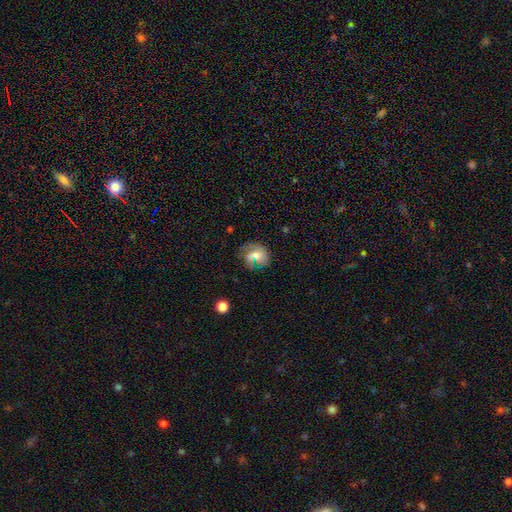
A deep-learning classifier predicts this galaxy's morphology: Smooth or featured: featured or disk — 48% (smooth — 41%)
Merging: none — 59% (minor disturbance — 23%)